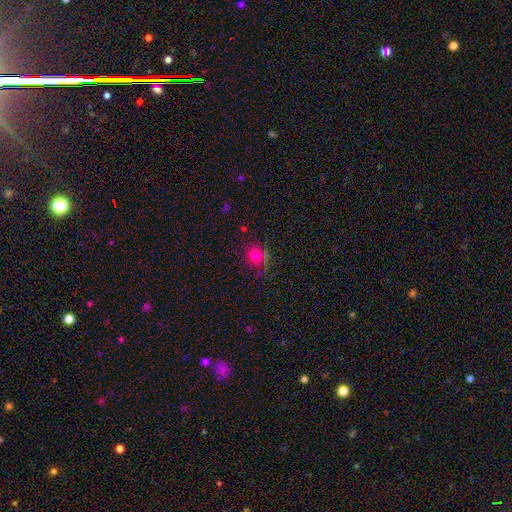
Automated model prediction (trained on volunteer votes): A smooth galaxy with no disk features (75%) that is round (76%).

Vote fractions:
- Smooth or featured? smooth: 75% / star or artifact: 15% / featured or disk: 10%
- How rounded? round: 76% / in between: 23% / cigar-shaped: 1%
- Merging? none: 71% / minor disturbance: 19% / major disturbance: 8% / merger: 2%